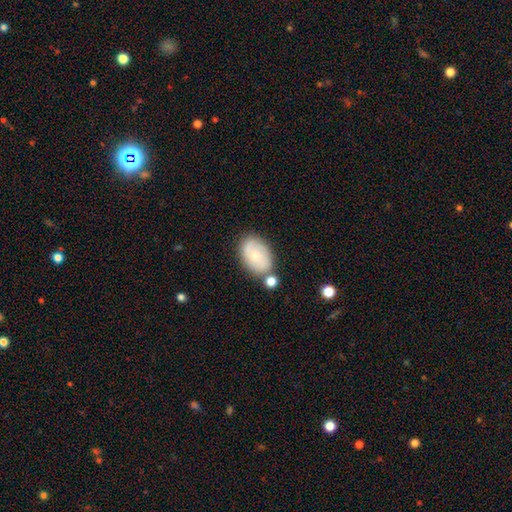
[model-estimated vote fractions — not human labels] smooth-or-featured: smooth: 65% | featured or disk: 28% | star or artifact: 7%
  how-rounded: in between: 87% | round: 12% | cigar-shaped: 1%
  merging: none: 66% | minor disturbance: 18% | merger: 12% | major disturbance: 4%